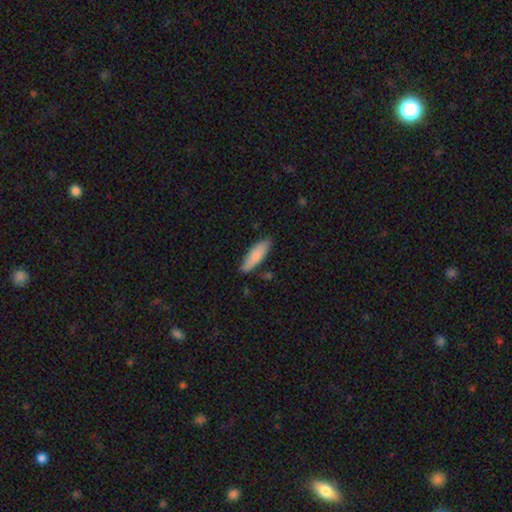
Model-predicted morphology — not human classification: smooth 82%, featured or disk 12%, star or artifact 6%. Down the decision tree: how rounded — cigar-shaped (49%, tied with in between); merging — none (78%).